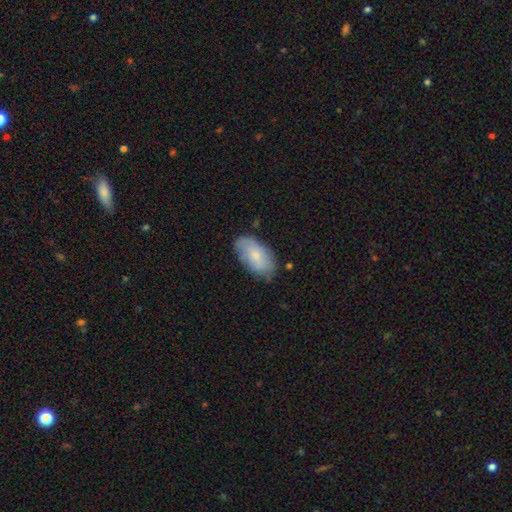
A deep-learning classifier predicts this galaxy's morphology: smooth 71%, featured or disk 23%, star or artifact 6%. Down the decision tree: how rounded — in between (95%); merging — none (68%).